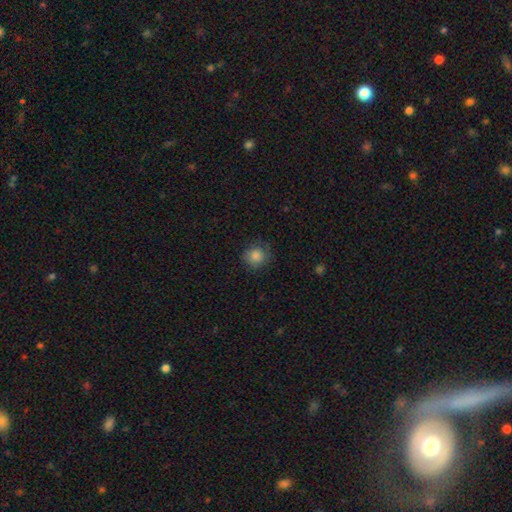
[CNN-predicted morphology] smooth-or-featured: smooth: 84% | star or artifact: 10% | featured or disk: 6%
  how-rounded: round: 88% | in between: 11% | cigar-shaped: 1%
  merging: none: 79% | minor disturbance: 16% | major disturbance: 4% | merger: 1%